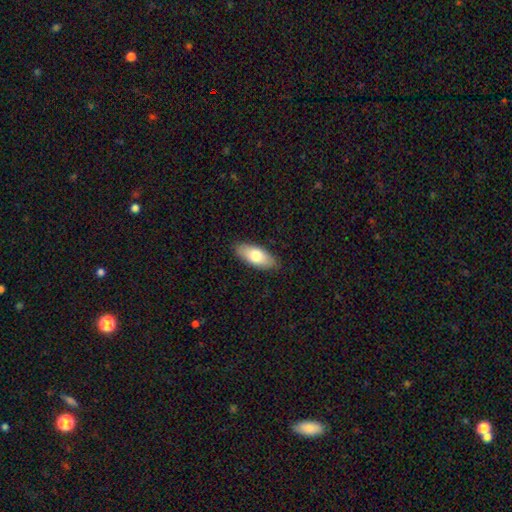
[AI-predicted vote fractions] A smooth galaxy with no disk features (75%) that is in between round and cigar-shaped (83%).

Vote fractions:
- Smooth or featured? smooth: 75% / featured or disk: 19% / star or artifact: 6%
- How rounded? in between: 83% / cigar-shaped: 14% / round: 2%
- Merging? none: 87% / minor disturbance: 10% / major disturbance: 2% / merger: 1%